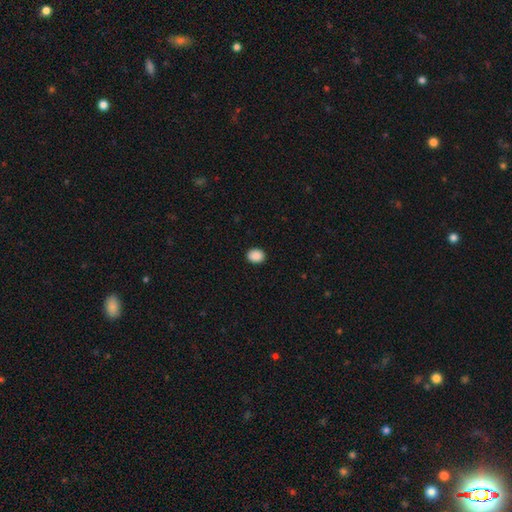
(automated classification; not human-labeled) Q: Smooth or featured?
A: smooth (90%); runner-up: star or artifact (8%)
Q: How rounded?
A: round (52%); runner-up: in between (47%)
Q: Merging?
A: none (92%); runner-up: minor disturbance (6%)